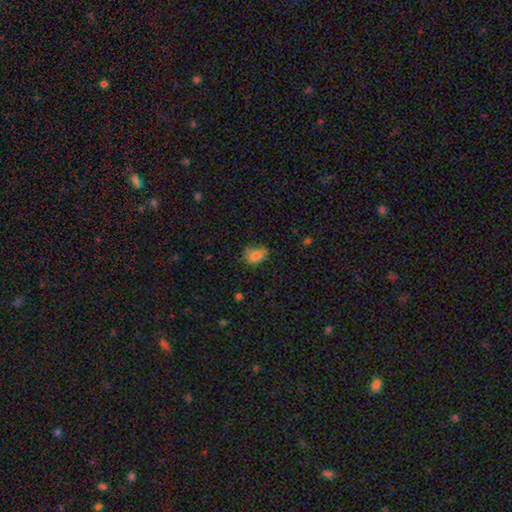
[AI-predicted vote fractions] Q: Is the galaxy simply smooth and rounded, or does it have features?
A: smooth — 80%.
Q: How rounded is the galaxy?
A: in between — 71%.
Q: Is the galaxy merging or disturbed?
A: none — 56%.